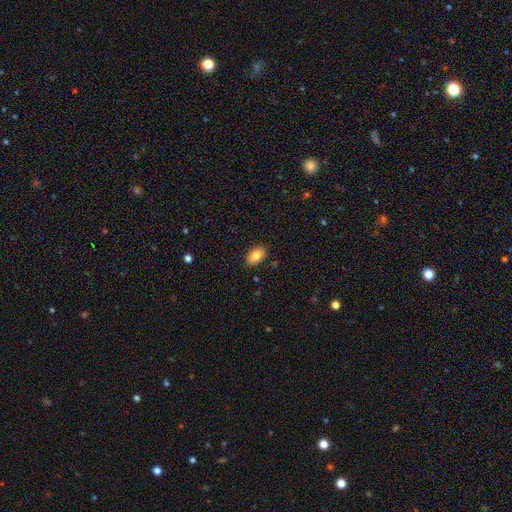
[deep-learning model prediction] Smooth or featured: smooth — 83% (featured or disk — 9%)
How rounded: in between — 92% (round — 6%)
Merging: none — 87% (minor disturbance — 10%)